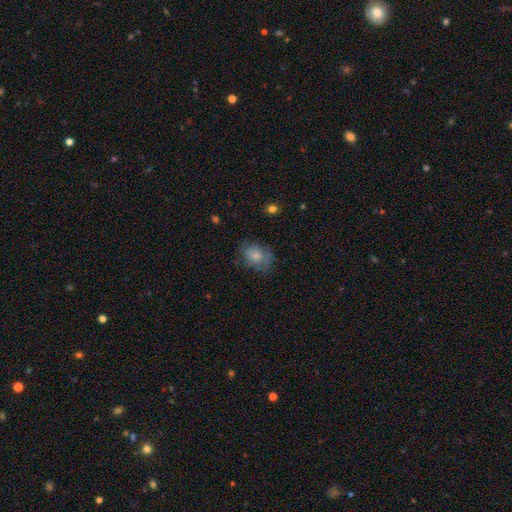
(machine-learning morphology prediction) Smooth or featured?
  - smooth: 69% *
  - featured or disk: 22%
  - star or artifact: 9%
How rounded?
  - in between: 62% *
  - round: 37%
  - cigar-shaped: 1%
Merging?
  - none: 56% *
  - minor disturbance: 28%
  - major disturbance: 15%
  - merger: 2%